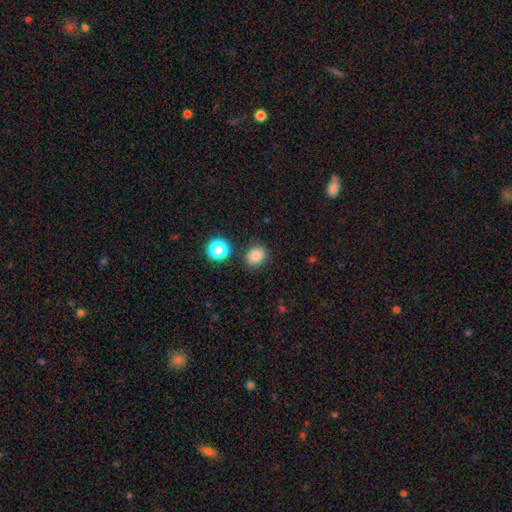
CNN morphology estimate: type=smooth (79%); roundness=round (66%); merging=none (83%).